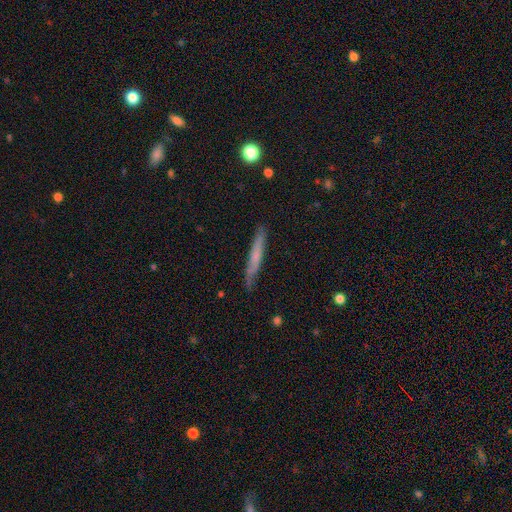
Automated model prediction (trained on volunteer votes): Q: Smooth or featured?
A: smooth (57%); runner-up: featured or disk (37%)
Q: How rounded?
A: cigar-shaped (95%); runner-up: in between (3%)
Q: Merging?
A: none (84%); runner-up: minor disturbance (13%)